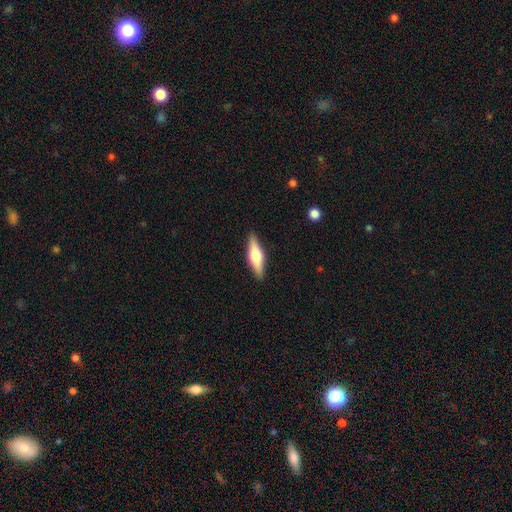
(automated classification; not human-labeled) smooth-or-featured: smooth: 47% (tied) | featured or disk: 47% (tied) | star or artifact: 6%
  merging: none: 90% | minor disturbance: 8% | major disturbance: 2% | merger: 1%